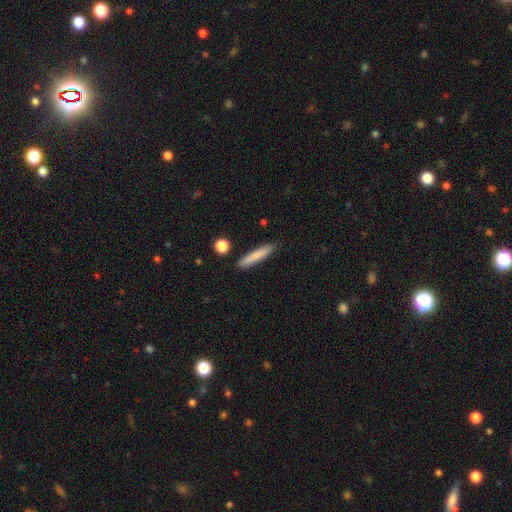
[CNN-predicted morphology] This is clearly a smooth galaxy (80%). How rounded: clearly cigar-shaped (91%). Merging: clearly none (87%).